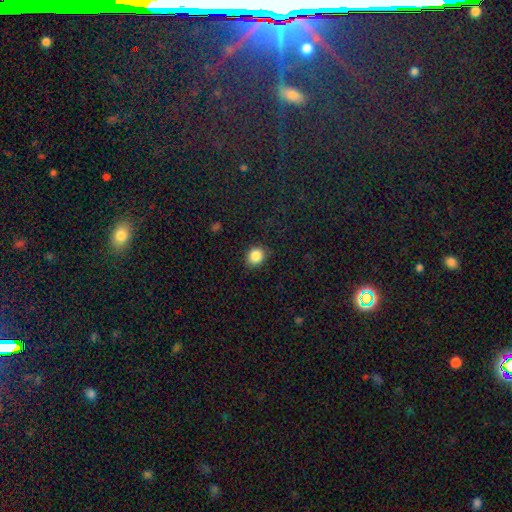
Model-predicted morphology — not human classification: A smooth galaxy with no disk features (86%) that is round (76%). Merging: none (86%).